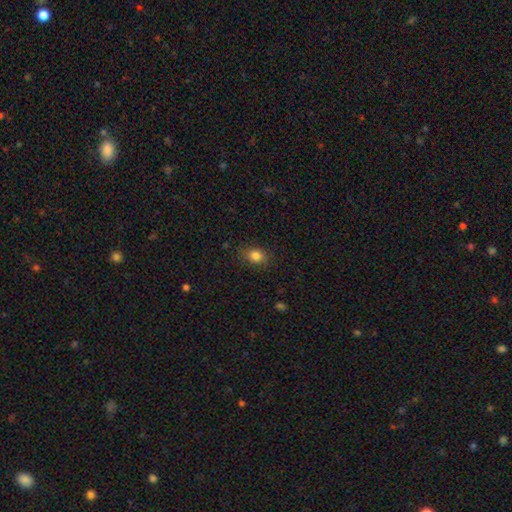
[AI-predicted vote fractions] Smooth or featured? Predicted: smooth (p=0.83). How rounded? Predicted: in between (p=0.61). Merging? Predicted: none (p=0.84).